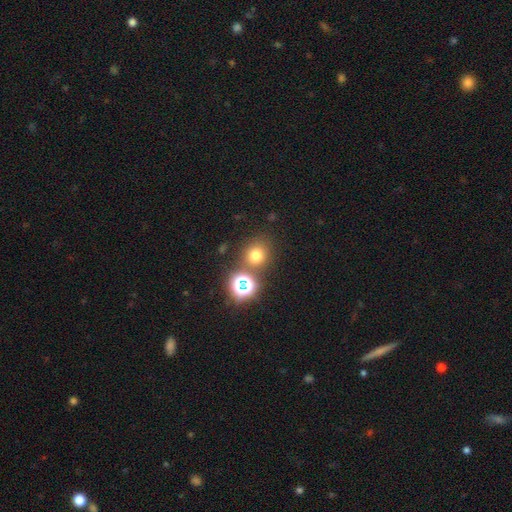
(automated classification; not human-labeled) Overall: smooth (67%). How rounded: round (84%). Merging: none (74%).